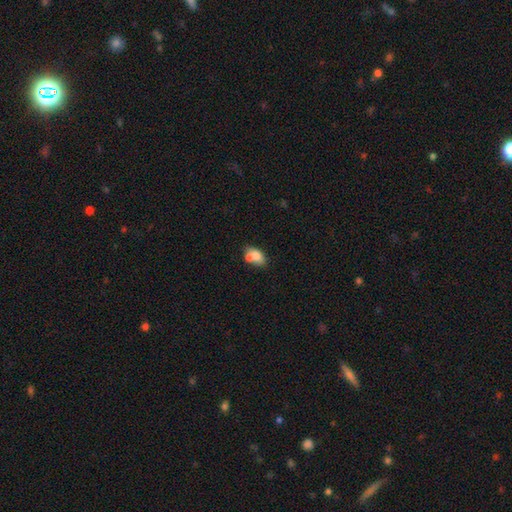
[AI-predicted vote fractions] Smooth or featured? smooth (74%)
How rounded? in between (85%)
Merging? merger (41%)